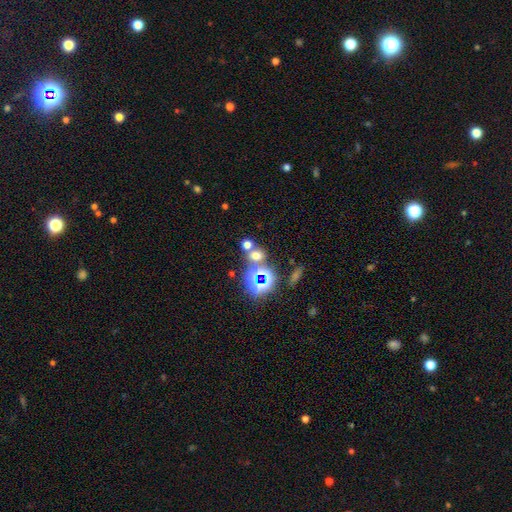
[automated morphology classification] Smooth or featured? smooth (55%)
How rounded? round (70%)
Merging? none (61%)